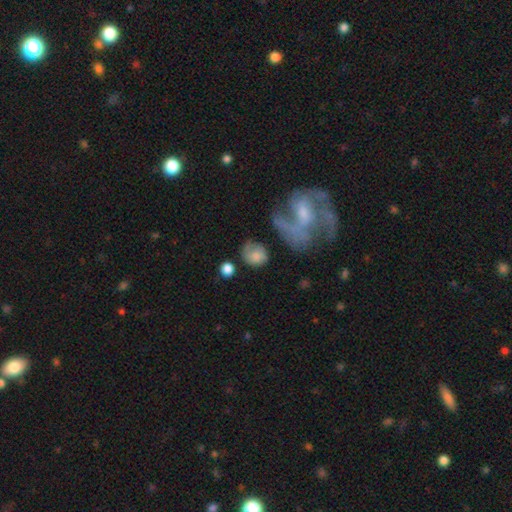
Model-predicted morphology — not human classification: This is likely a smooth galaxy (69%). How rounded: likely round (62%). Merging: possibly none (53%).